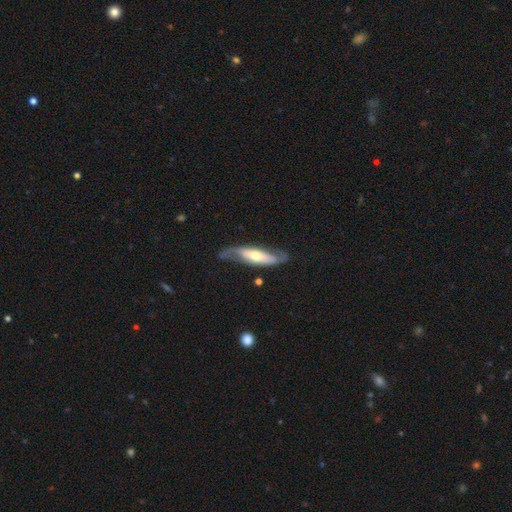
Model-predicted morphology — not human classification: Smooth or featured?
  - featured or disk: 69% *
  - smooth: 26%
  - star or artifact: 5%
Edge-on disk?
  - no: 68% *
  - yes: 32%
Merging?
  - none: 63% *
  - minor disturbance: 23%
  - major disturbance: 12%
  - merger: 2%